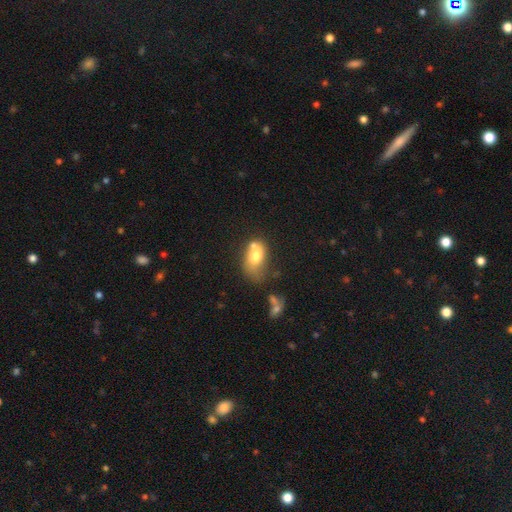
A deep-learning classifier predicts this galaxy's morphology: Overall: smooth (67%). How rounded: in between (79%). Merging: merger (37%; none 28%).